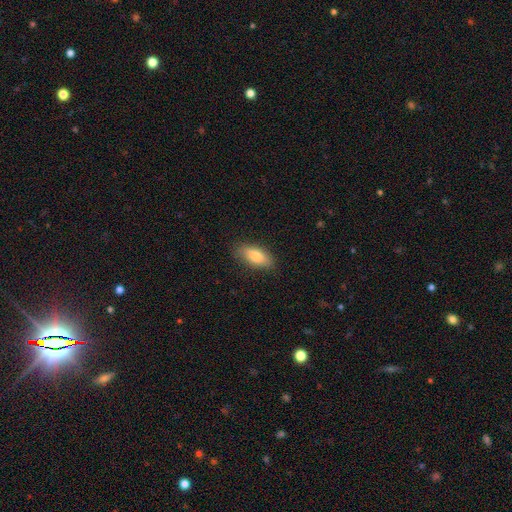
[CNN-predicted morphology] Smooth or featured? Predicted: smooth (p=0.81). How rounded? Predicted: in between (p=0.80). Merging? Predicted: none (p=0.85).